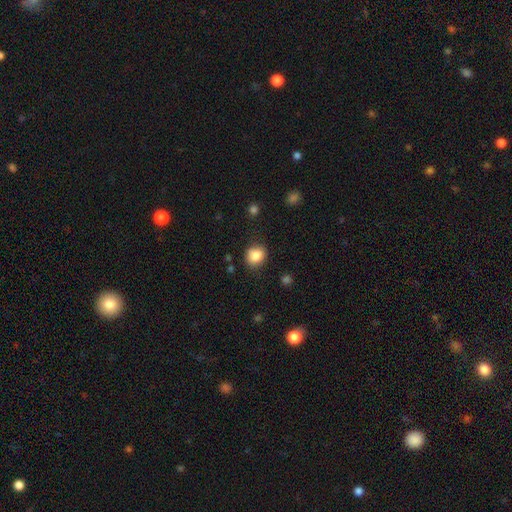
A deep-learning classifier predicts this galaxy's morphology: This is clearly a smooth galaxy (84%). How rounded: likely round (65%). Merging: likely none (78%).